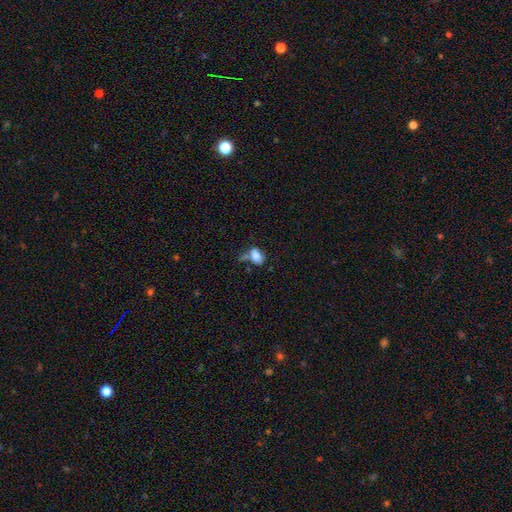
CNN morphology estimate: A smooth galaxy with no disk features (81%) that is in between round and cigar-shaped (83%).

Vote fractions:
- Smooth or featured? smooth: 81% / star or artifact: 10% / featured or disk: 9%
- How rounded? in between: 83% / round: 15% / cigar-shaped: 2%
- Merging? none: 39% / merger: 25% / minor disturbance: 23% / major disturbance: 13%